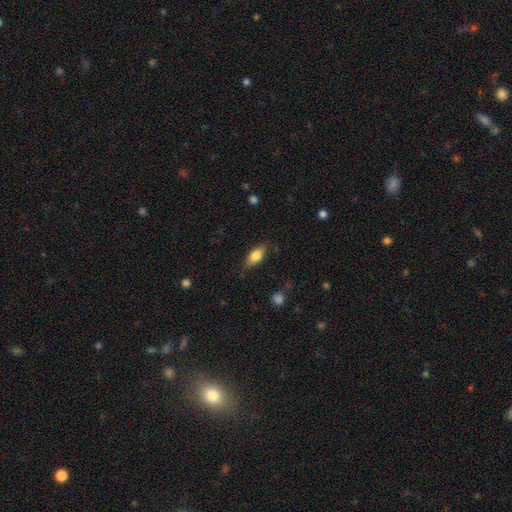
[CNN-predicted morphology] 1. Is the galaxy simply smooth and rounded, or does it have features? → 76% smooth, 17% featured or disk, 7% star or artifact.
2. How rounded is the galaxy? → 79% in between, 18% cigar-shaped, 3% round.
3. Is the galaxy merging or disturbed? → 80% none, 15% minor disturbance, 3% major disturbance, 1% merger.